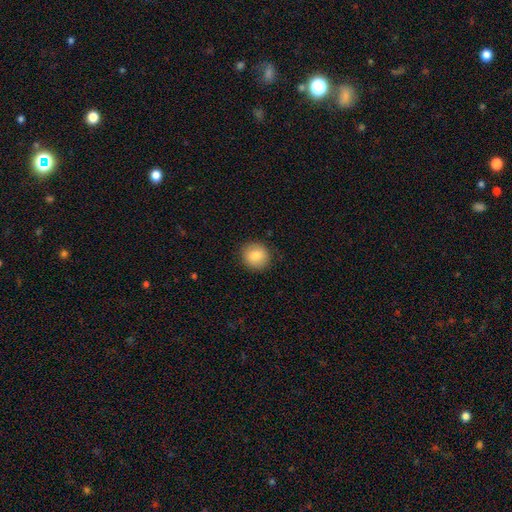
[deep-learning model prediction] smooth-or-featured: smooth: 82% | featured or disk: 9% | star or artifact: 9%
  how-rounded: round: 88% | in between: 11% | cigar-shaped: 1%
  merging: none: 88% | minor disturbance: 8% | major disturbance: 2% | merger: 1%